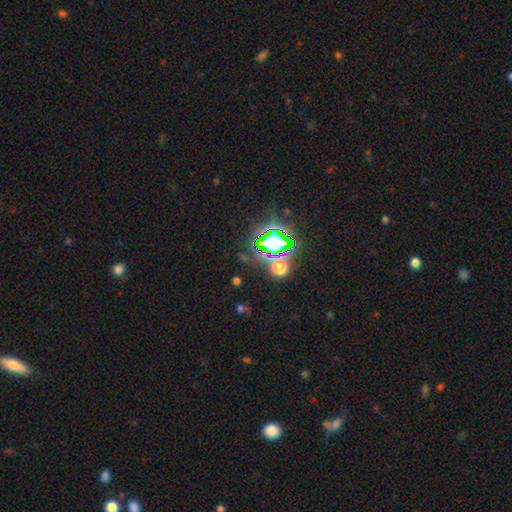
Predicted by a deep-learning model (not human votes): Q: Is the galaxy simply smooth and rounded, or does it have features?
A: star or artifact — 82%.